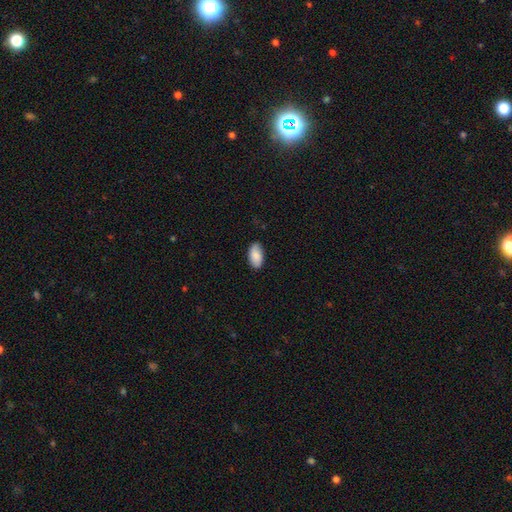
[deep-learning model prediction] Smooth or featured? smooth (86%)
How rounded? in between (95%)
Merging? none (85%)